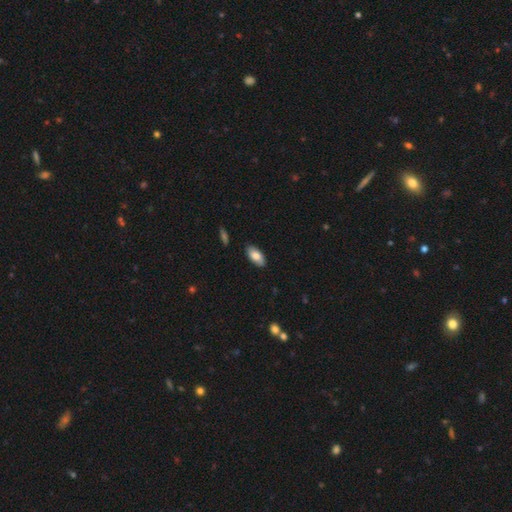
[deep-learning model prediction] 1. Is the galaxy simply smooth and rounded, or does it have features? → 80% smooth, 14% featured or disk, 6% star or artifact.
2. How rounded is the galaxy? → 93% in between, 5% cigar-shaped, 2% round.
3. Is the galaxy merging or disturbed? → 87% none, 10% minor disturbance, 2% major disturbance, 1% merger.